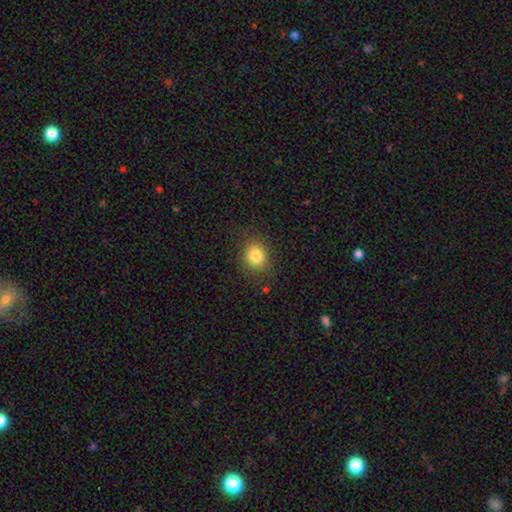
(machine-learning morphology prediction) smooth_or_featured: smooth (p=0.82) [alt: star or artifact p=0.11]
how_rounded: round (p=0.67) [alt: in between p=0.32]
merging: none (p=0.85) [alt: minor disturbance p=0.10]